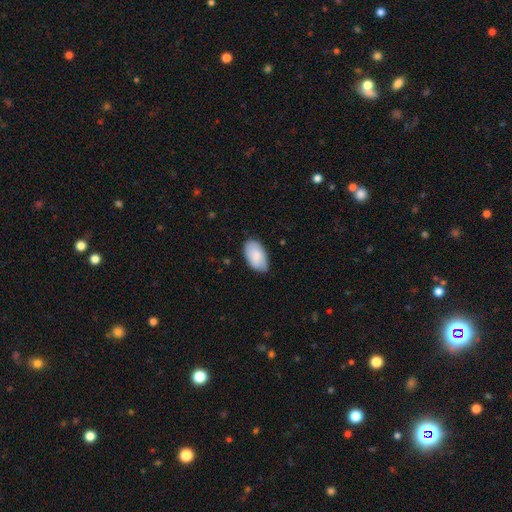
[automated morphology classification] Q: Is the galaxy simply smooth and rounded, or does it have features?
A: smooth — 86%.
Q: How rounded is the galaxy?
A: in between — 96%.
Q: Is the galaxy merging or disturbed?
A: none — 76%.